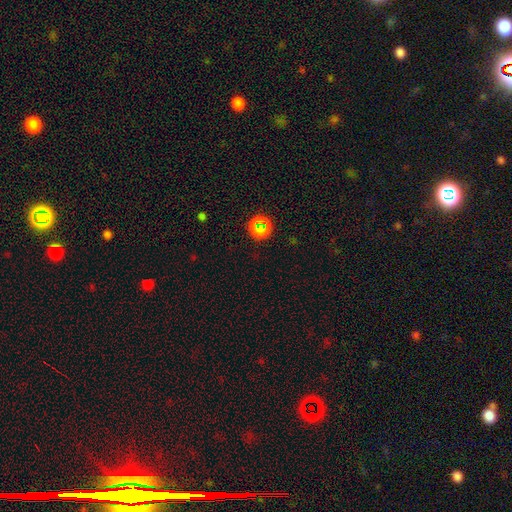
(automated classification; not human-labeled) This is possibly a star or artifact rather than a galaxy (59%).